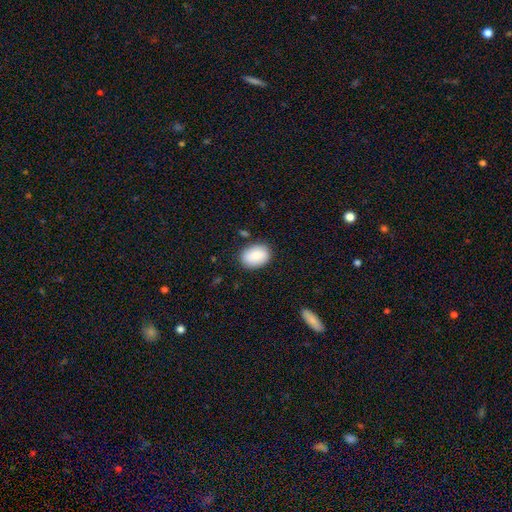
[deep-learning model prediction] smooth 88%, star or artifact 6%, featured or disk 6%. Down the decision tree: how rounded — in between (76%); merging — none (83%).